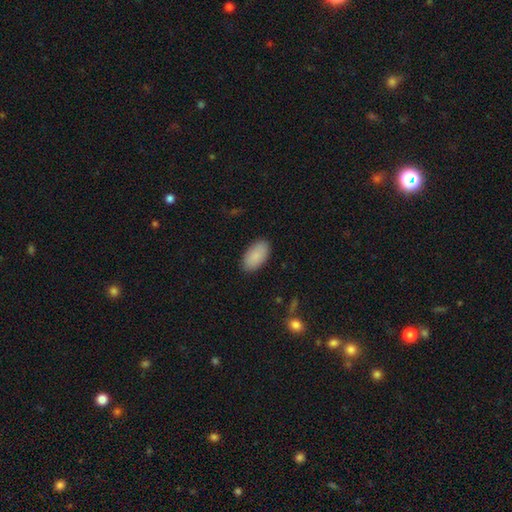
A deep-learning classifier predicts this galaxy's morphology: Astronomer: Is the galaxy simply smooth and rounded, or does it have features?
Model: smooth — 90%.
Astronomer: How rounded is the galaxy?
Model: in between — 95%.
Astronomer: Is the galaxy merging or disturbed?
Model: none — 88%.